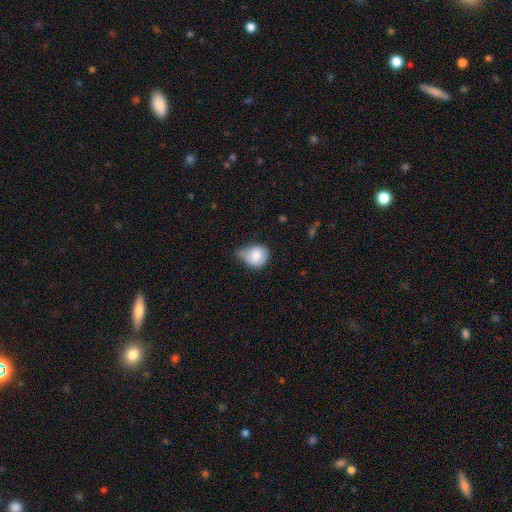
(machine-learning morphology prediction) Q: Smooth or featured?
A: smooth (80%); runner-up: featured or disk (12%)
Q: How rounded?
A: round (67%); runner-up: in between (32%)
Q: Merging?
A: minor disturbance (47%); runner-up: none (28%)